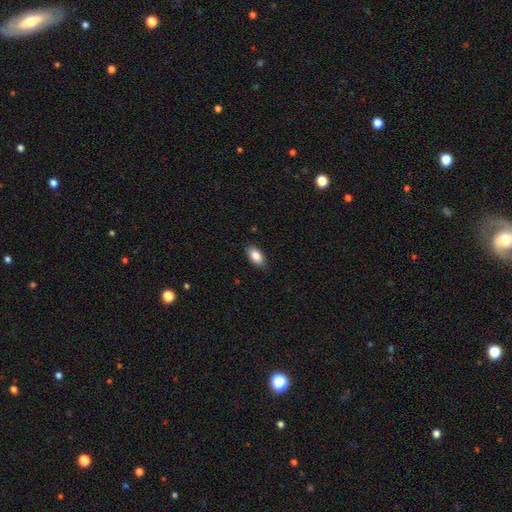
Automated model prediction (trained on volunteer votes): smooth_or_featured: smooth (p=0.88) [alt: star or artifact p=0.07]
how_rounded: in between (p=0.93) [alt: cigar-shaped p=0.04]
merging: none (p=0.86) [alt: minor disturbance p=0.11]